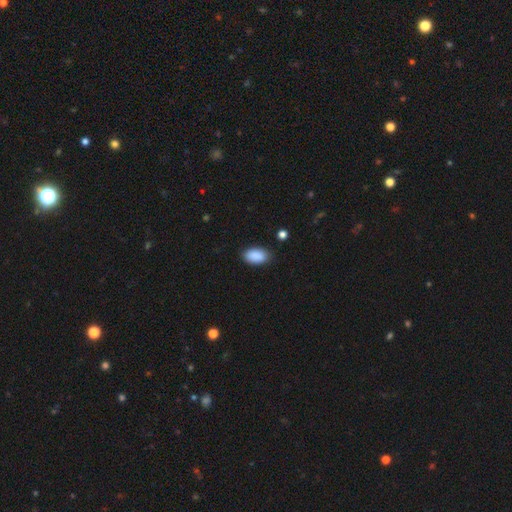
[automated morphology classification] A smooth galaxy with no disk features (90%) that is in between round and cigar-shaped (94%). Merging: none (85%).